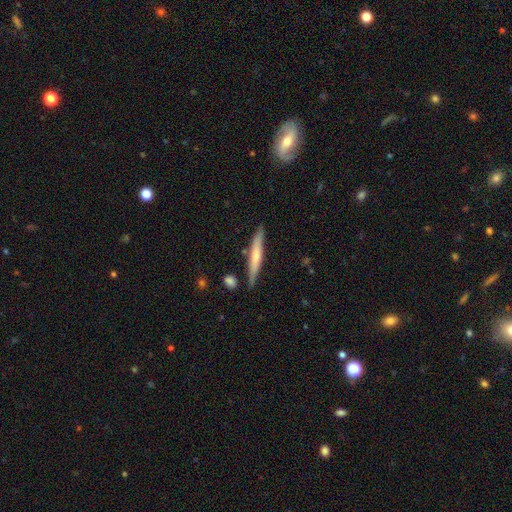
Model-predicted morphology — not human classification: Overall: smooth (54%; featured or disk 41%). How rounded: cigar-shaped (94%). Merging: none (83%).